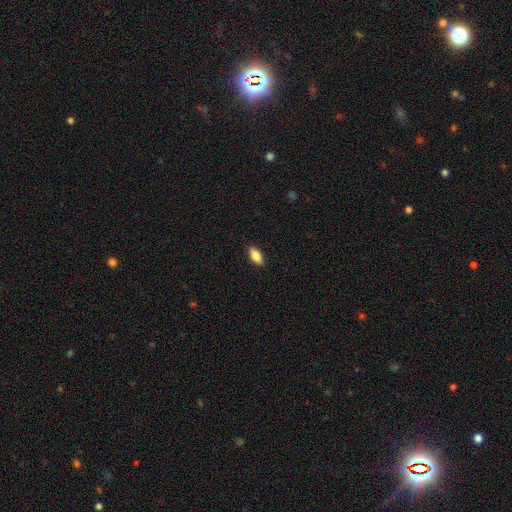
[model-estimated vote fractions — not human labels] A smooth galaxy with no disk features (78%) that is in between round and cigar-shaped (86%).

Vote fractions:
- Smooth or featured? smooth: 78% / featured or disk: 15% / star or artifact: 7%
- How rounded? in between: 86% / cigar-shaped: 11% / round: 3%
- Merging? none: 89% / minor disturbance: 9% / major disturbance: 2% / merger: 1%